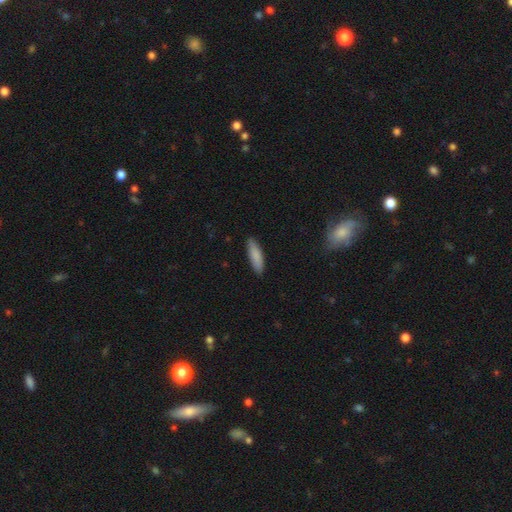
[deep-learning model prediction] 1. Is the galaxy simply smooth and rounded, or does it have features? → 86% smooth, 8% featured or disk, 6% star or artifact.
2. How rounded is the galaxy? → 55% cigar-shaped, 43% in between, 1% round.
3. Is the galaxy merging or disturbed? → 87% none, 10% minor disturbance, 2% major disturbance, 1% merger.